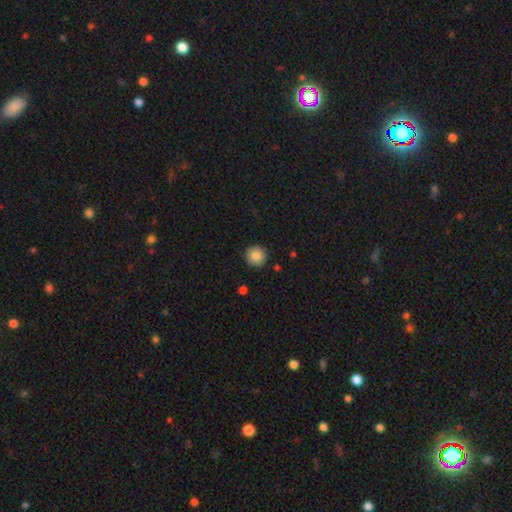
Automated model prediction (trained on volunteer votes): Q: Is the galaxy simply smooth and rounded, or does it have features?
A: smooth — 84%.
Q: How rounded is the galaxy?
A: round — 95%.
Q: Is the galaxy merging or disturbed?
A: none — 90%.